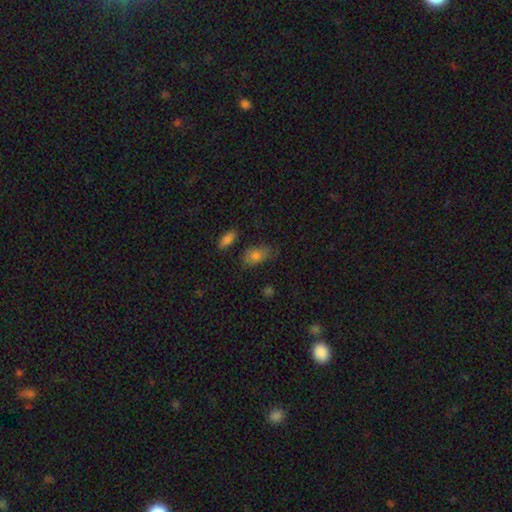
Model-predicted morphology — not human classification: A smooth galaxy with no disk features (80%) that is in between round and cigar-shaped (88%). Merging: none (68%).